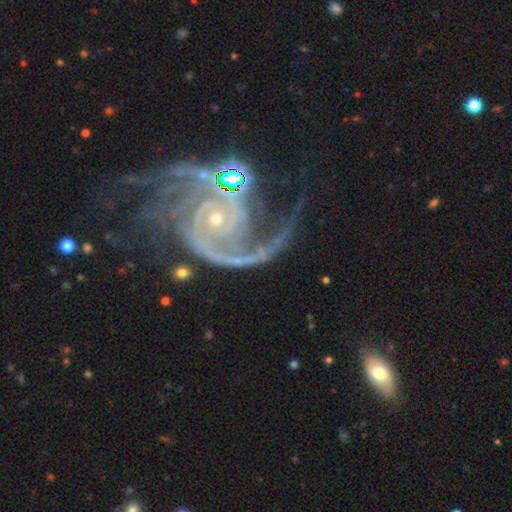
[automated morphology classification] Smooth or featured? Predicted: featured or disk (p=0.91). Edge-on disk? Predicted: no (p=0.98). Bar? Predicted: no (p=0.67). Spiral arms? Predicted: yes (p=0.98). Spiral winding? Predicted: medium (p=0.46). Spiral arm count? Predicted: 2 (p=0.53). Bulge size? Predicted: small (p=0.77). Merging? Predicted: none (p=0.45).